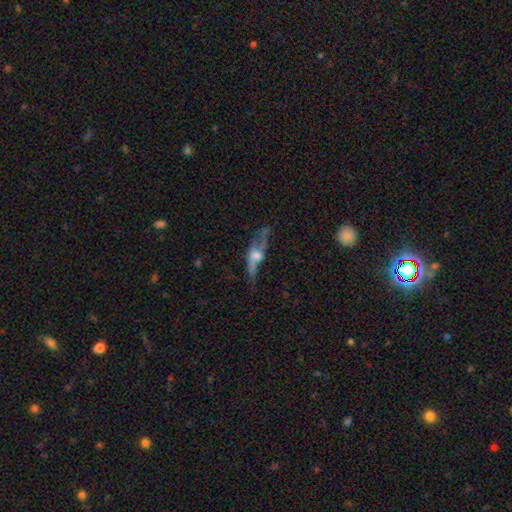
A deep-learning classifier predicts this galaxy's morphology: Q: Smooth or featured?
A: featured or disk (69%); runner-up: smooth (21%)
Q: Edge-on disk?
A: yes (56%); runner-up: no (44%)
Q: Merging?
A: none (47%); runner-up: major disturbance (25%)